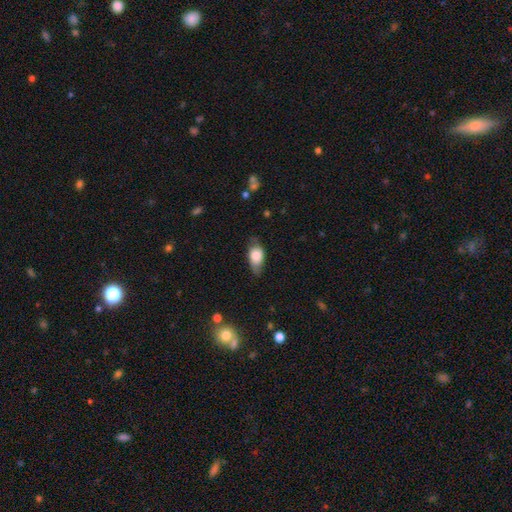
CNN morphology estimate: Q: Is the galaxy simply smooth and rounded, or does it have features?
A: smooth — 73%.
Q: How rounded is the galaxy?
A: in between — 86%.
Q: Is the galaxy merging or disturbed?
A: none — 63%.